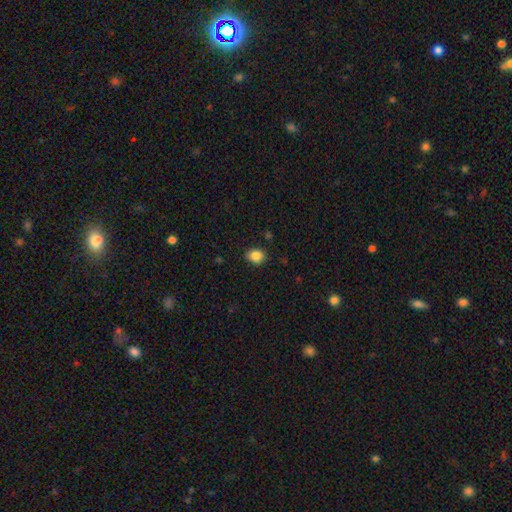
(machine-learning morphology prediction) This appears to be a smooth galaxy with no disk features (86%) that is round (55%). Merging: none (88%).